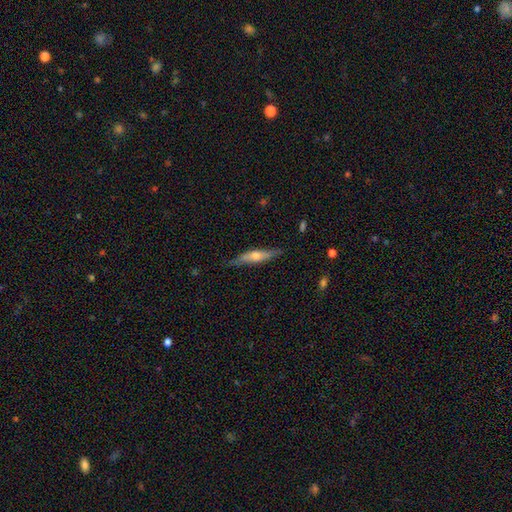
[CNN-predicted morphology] Smooth or featured?
  - featured or disk: 59% *
  - smooth: 35%
  - star or artifact: 6%
Edge-on disk?
  - yes: 91% *
  - no: 9%
Edge-on bulge?
  - rounded: 88% *
  - none: 6%
  - boxy: 6%
Merging?
  - none: 80% *
  - minor disturbance: 16%
  - major disturbance: 3%
  - merger: 1%